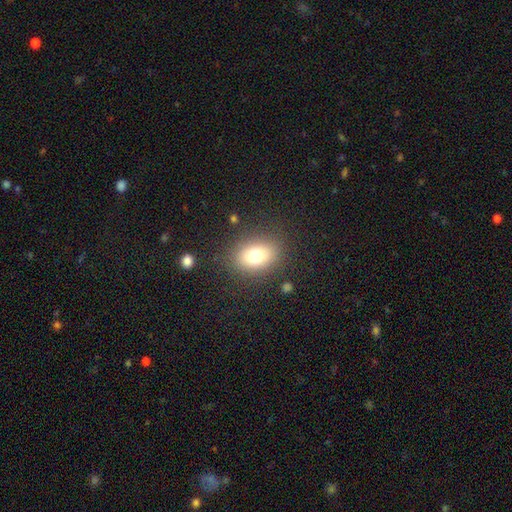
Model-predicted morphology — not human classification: Smooth or featured? smooth (74%)
How rounded? in between (63%)
Merging? none (83%)